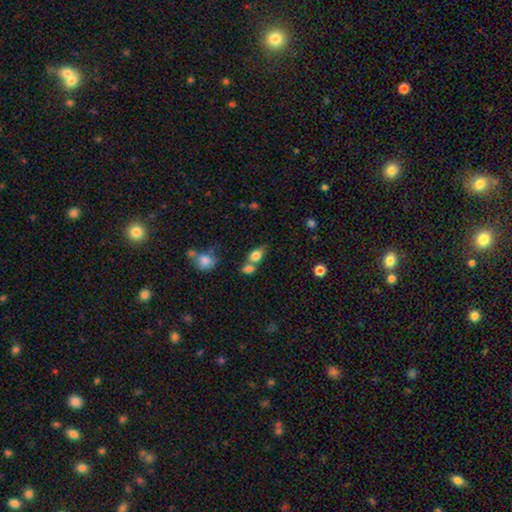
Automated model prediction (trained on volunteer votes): Smooth or featured?
  - smooth: 79% *
  - featured or disk: 12%
  - star or artifact: 10%
How rounded?
  - in between: 78% *
  - round: 18%
  - cigar-shaped: 4%
Merging?
  - merger: 42% *
  - none: 41%
  - minor disturbance: 12%
  - major disturbance: 5%